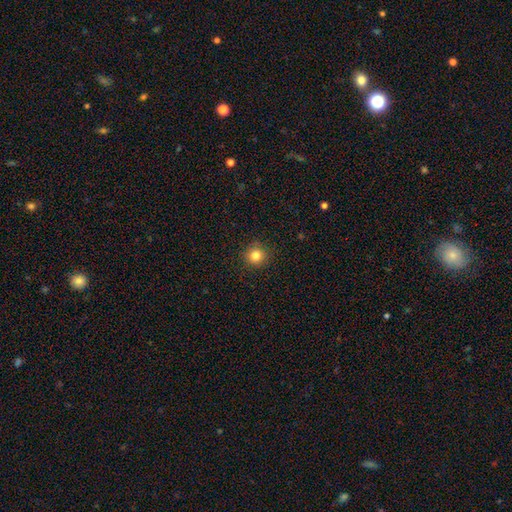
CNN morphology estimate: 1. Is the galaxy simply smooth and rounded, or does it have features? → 82% smooth, 12% star or artifact, 6% featured or disk.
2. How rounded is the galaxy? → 93% round, 6% in between, 1% cigar-shaped.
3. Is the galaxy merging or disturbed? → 91% none, 6% minor disturbance, 2% major disturbance, 1% merger.